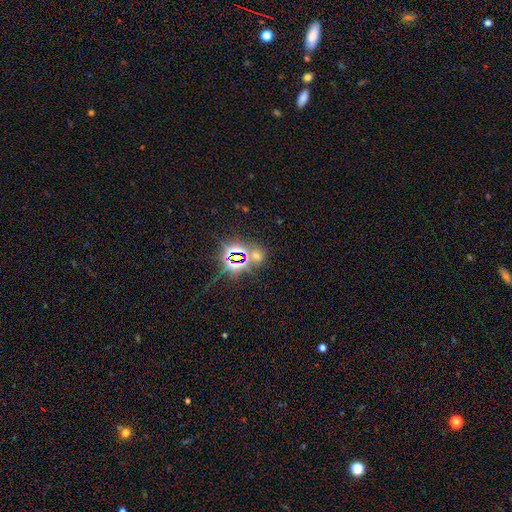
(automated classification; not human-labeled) Morphology: type=star or artifact (72%).